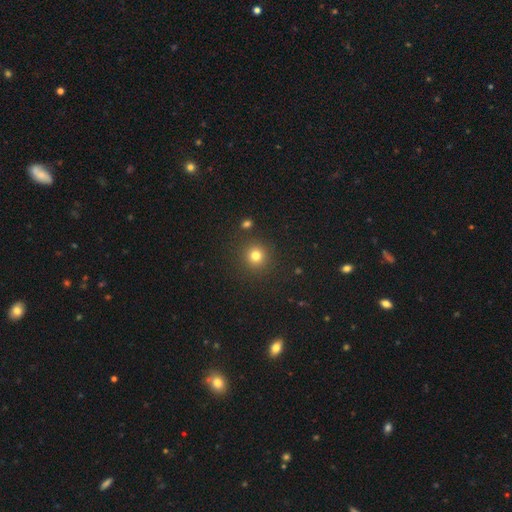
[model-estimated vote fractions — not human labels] smooth-or-featured: smooth: 79% | star or artifact: 15% | featured or disk: 6%
  how-rounded: round: 93% | in between: 6% | cigar-shaped: 1%
  merging: none: 88% | minor disturbance: 6% | merger: 3% | major disturbance: 3%